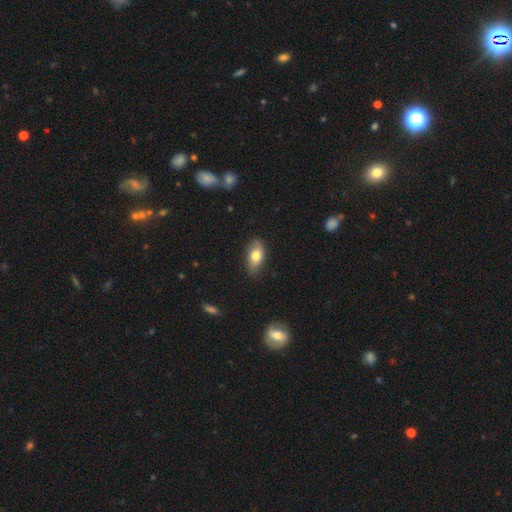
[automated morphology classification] smooth 76%, featured or disk 17%, star or artifact 7%. Down the decision tree: how rounded — in between (88%); merging — none (82%).